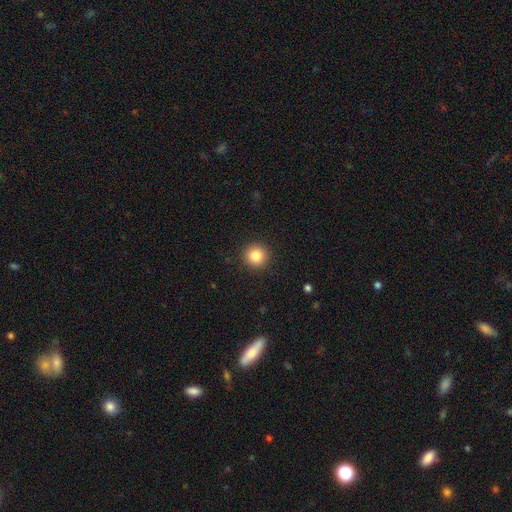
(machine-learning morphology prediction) Smooth or featured: smooth — 85% (star or artifact — 10%)
How rounded: round — 94% (in between — 5%)
Merging: none — 92% (minor disturbance — 5%)